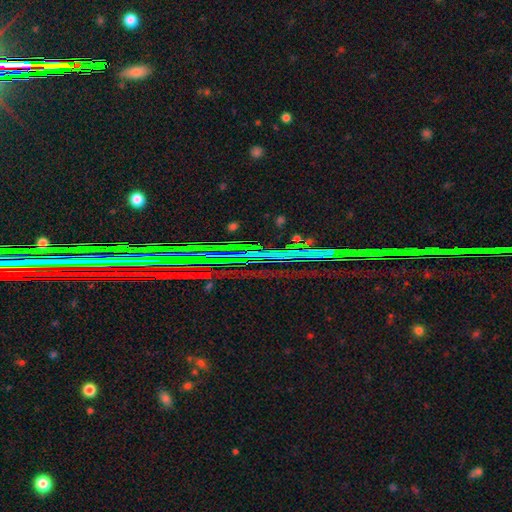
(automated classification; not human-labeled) star or artifact 85%, featured or disk 9%, smooth 7%.